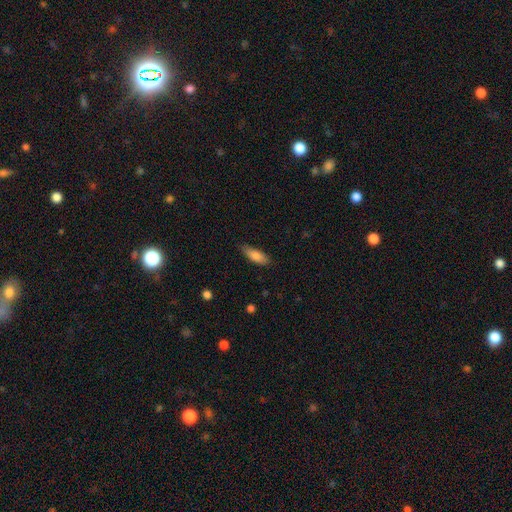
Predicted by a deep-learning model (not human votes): smooth_or_featured: smooth (p=0.82) [alt: featured or disk p=0.12]
how_rounded: in between (p=0.63) [alt: cigar-shaped p=0.35]
merging: none (p=0.81) [alt: minor disturbance p=0.15]